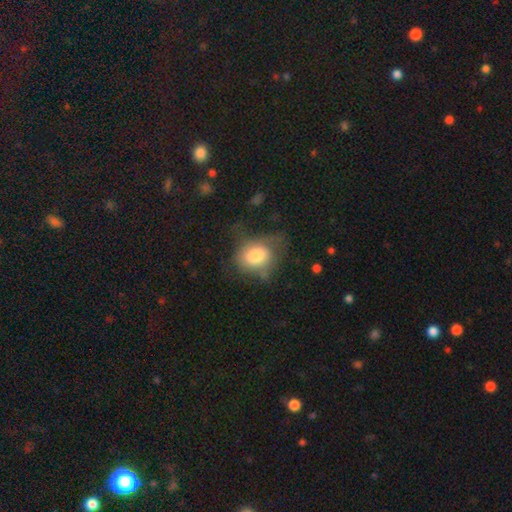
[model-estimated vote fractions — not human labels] Morphology: type=smooth (74%); roundness=in between (53%); merging=none (43%).